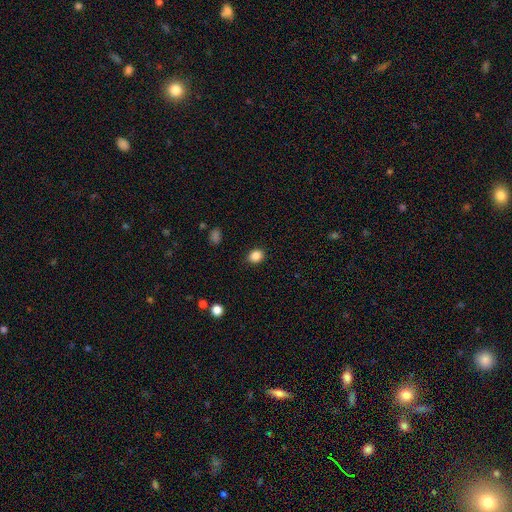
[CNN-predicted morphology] Overall: smooth (86%). How rounded: round (53%; in between 46%). Merging: none (87%).